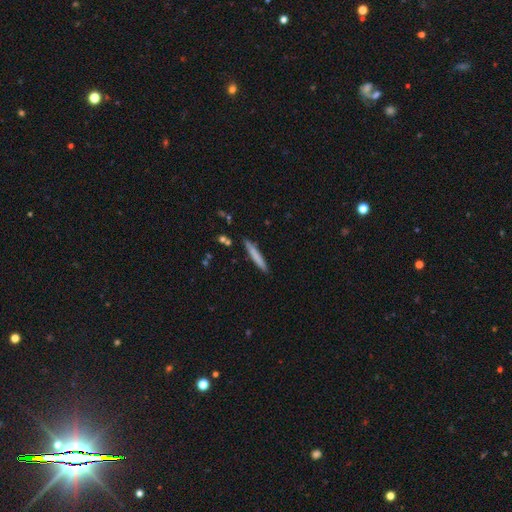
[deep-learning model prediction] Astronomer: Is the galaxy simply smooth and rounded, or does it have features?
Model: smooth — 73%.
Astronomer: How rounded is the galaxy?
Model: cigar-shaped — 95%.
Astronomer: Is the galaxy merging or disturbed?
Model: none — 89%.